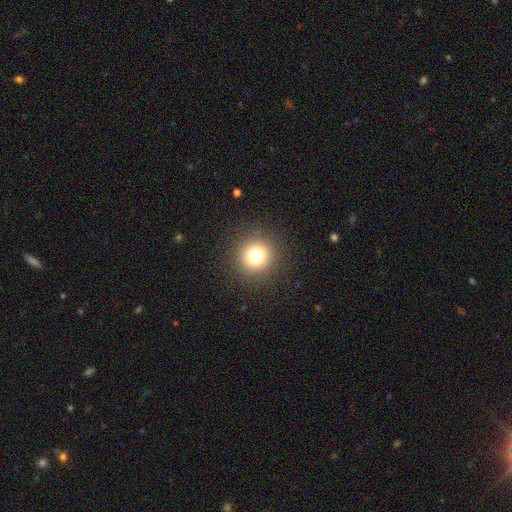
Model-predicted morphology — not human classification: smooth 79%, star or artifact 13%, featured or disk 8%. Down the decision tree: how rounded — round (94%); merging — none (90%).